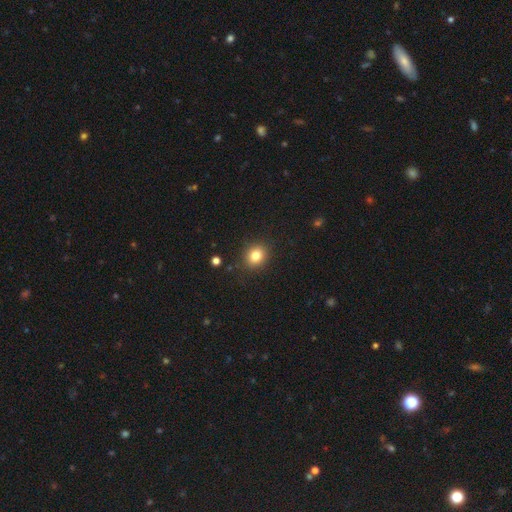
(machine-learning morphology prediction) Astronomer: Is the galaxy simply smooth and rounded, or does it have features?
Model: smooth — 81%.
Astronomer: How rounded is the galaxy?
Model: round — 70%.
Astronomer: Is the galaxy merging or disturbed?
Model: none — 88%.